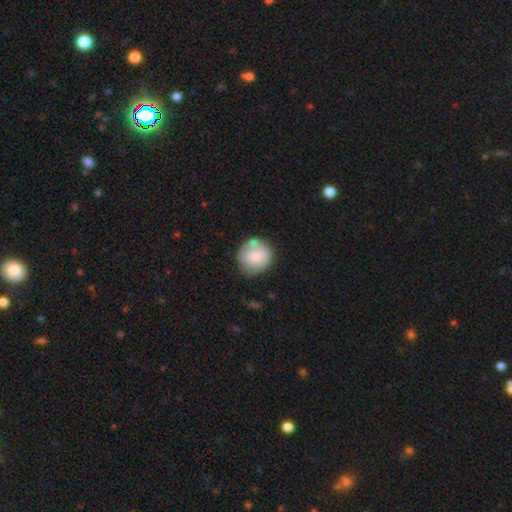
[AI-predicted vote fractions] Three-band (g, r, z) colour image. It shows a smooth galaxy with no disk features (74%) that is round (87%). Merging: none (64%).